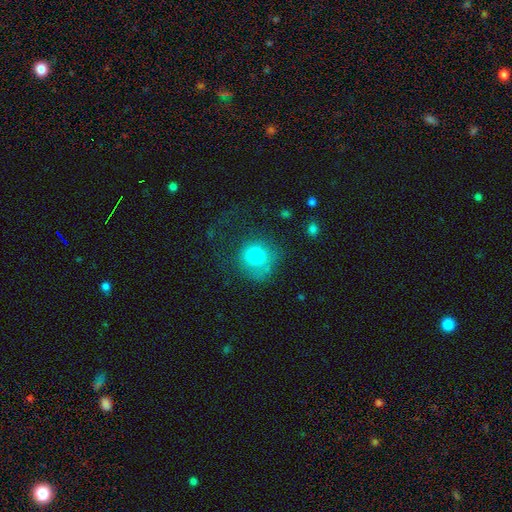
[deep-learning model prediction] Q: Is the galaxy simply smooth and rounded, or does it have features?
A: smooth — 75%.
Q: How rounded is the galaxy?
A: round — 87%.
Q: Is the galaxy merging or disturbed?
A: none — 48%.